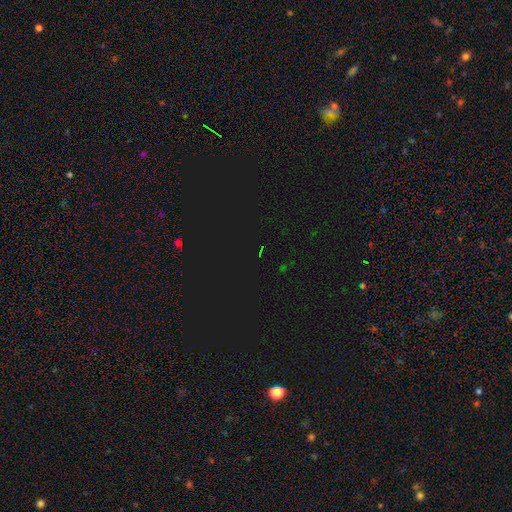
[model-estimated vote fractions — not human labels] Smooth or featured: star or artifact — 81% (smooth — 12%)